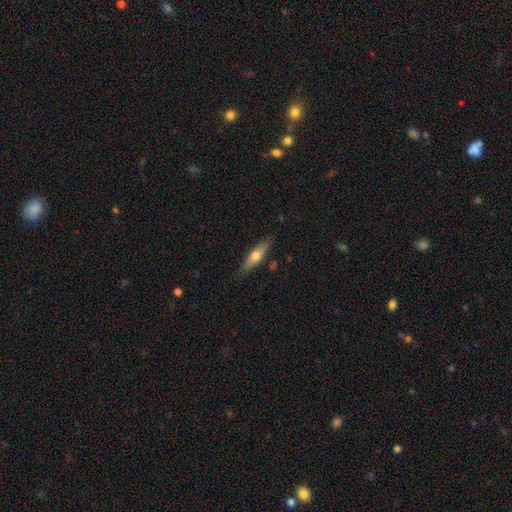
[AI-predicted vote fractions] This appears to be a smooth galaxy with no disk features (54%) that is cigar-shaped (64%). Merging: none (85%).